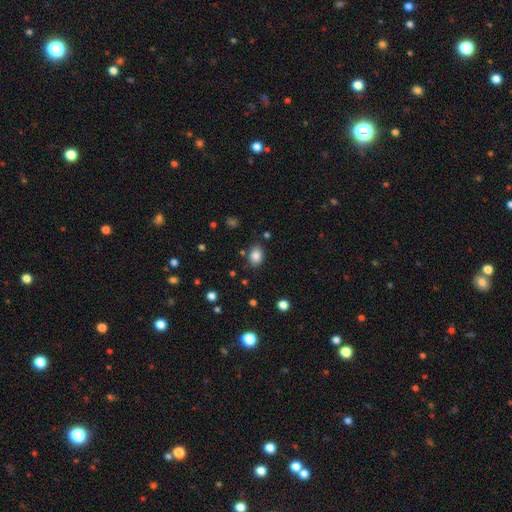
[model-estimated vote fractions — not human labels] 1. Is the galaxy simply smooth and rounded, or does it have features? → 85% smooth, 10% star or artifact, 6% featured or disk.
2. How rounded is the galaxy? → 72% in between, 27% round, 1% cigar-shaped.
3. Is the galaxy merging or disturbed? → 82% none, 12% minor disturbance, 3% major disturbance, 3% merger.